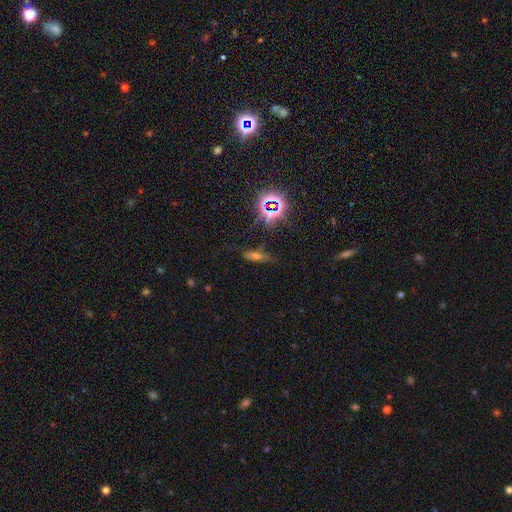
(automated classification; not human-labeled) Smooth or featured? Predicted: star or artifact (p=0.38).